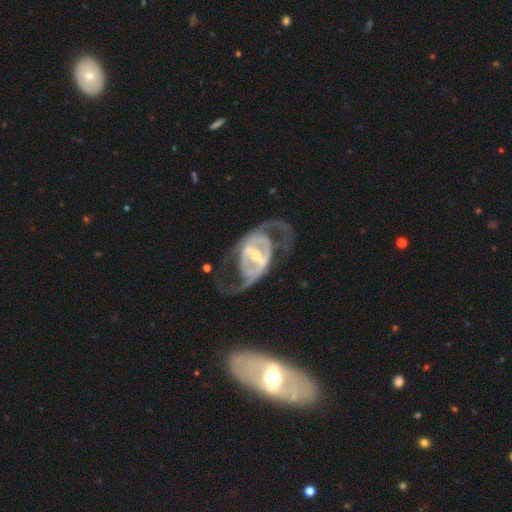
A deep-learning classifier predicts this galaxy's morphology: Q: Smooth or featured?
A: featured or disk (88%); runner-up: smooth (7%)
Q: Edge-on disk?
A: no (94%); runner-up: yes (6%)
Q: Bar?
A: strong (62%); runner-up: weak (28%)
Q: Spiral arms?
A: yes (79%); runner-up: no (21%)
Q: Spiral winding?
A: medium (48%); runner-up: loose (33%)
Q: Spiral arm count?
A: 2 (86%); runner-up: can't tell (7%)
Q: Bulge size?
A: small (45%); runner-up: moderate (42%)
Q: Merging?
A: none (59%); runner-up: major disturbance (24%)